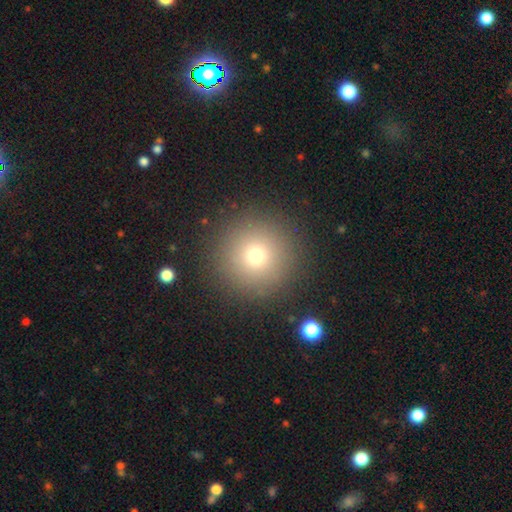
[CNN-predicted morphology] Smooth or featured? Predicted: smooth (p=0.73). How rounded? Predicted: round (p=0.97). Merging? Predicted: none (p=0.91).